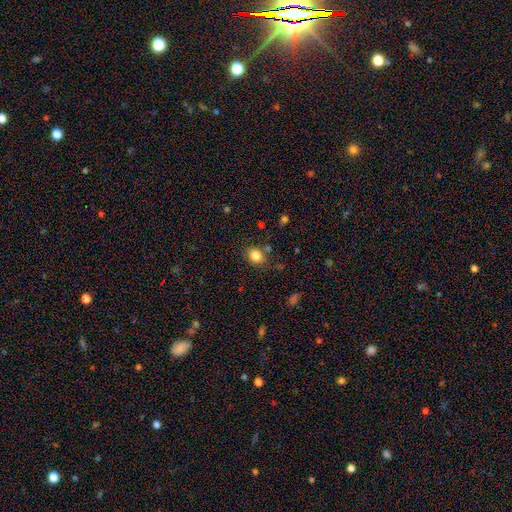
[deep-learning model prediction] Q: Smooth or featured?
A: smooth (84%); runner-up: star or artifact (11%)
Q: How rounded?
A: round (59%); runner-up: in between (40%)
Q: Merging?
A: none (79%); runner-up: minor disturbance (13%)